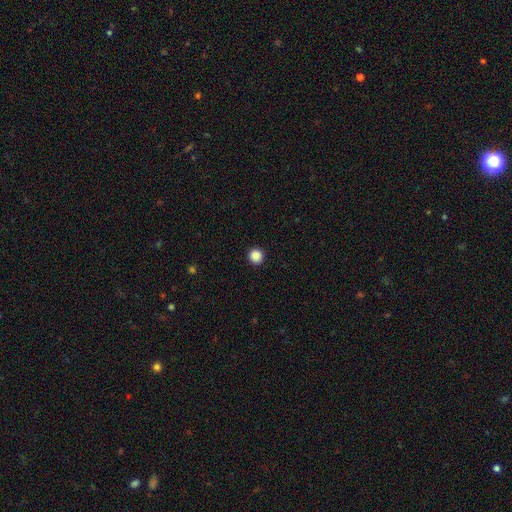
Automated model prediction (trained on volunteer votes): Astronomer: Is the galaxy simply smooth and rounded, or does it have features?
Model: smooth — 87%.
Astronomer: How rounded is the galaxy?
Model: round — 96%.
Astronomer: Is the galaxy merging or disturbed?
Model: none — 93%.